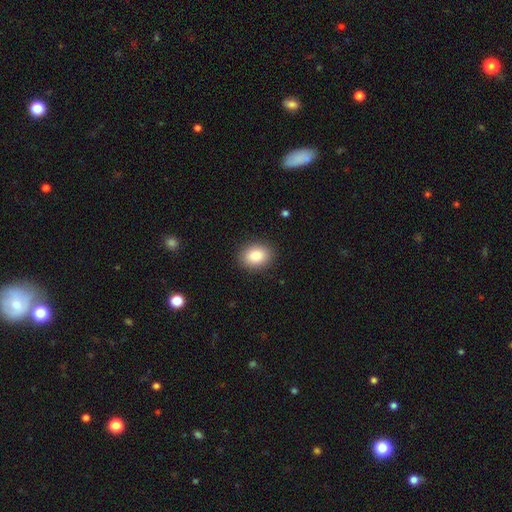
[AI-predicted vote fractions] Q: Smooth or featured?
A: smooth (85%); runner-up: star or artifact (8%)
Q: How rounded?
A: in between (59%); runner-up: round (40%)
Q: Merging?
A: none (90%); runner-up: minor disturbance (7%)